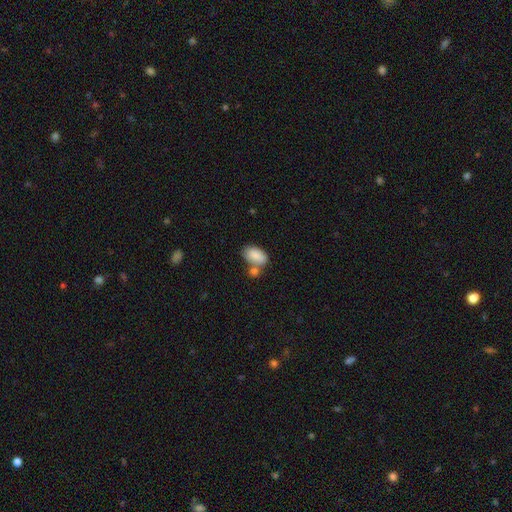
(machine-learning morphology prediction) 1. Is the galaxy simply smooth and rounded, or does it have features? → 86% smooth, 7% star or artifact, 7% featured or disk.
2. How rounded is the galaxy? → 92% in between, 6% round, 1% cigar-shaped.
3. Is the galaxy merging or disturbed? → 44% none, 35% merger, 15% minor disturbance, 5% major disturbance.